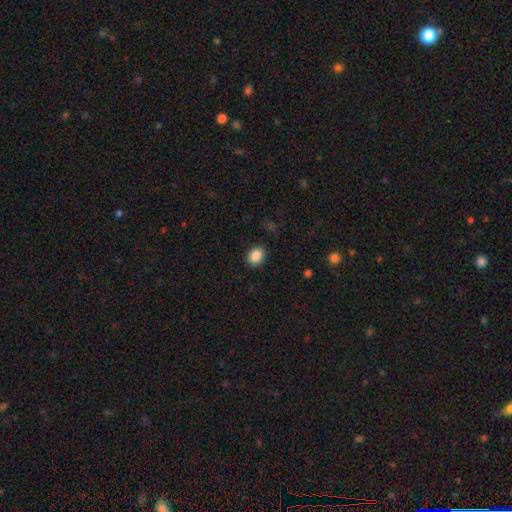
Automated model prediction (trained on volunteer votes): A smooth galaxy with no disk features (88%) that is in between round and cigar-shaped (68%). Merging: none (87%).